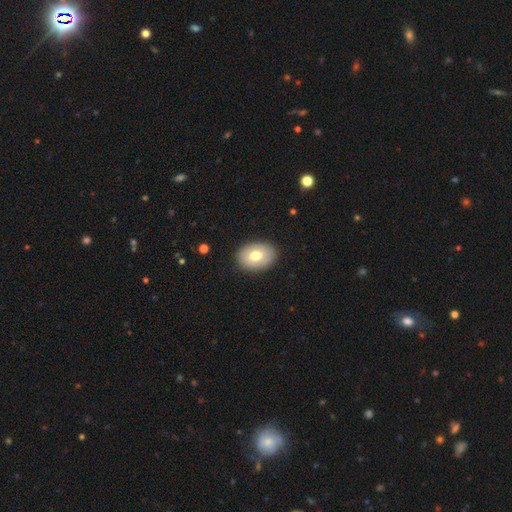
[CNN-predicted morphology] smooth_or_featured: smooth (p=0.70) [alt: featured or disk p=0.24]
how_rounded: in between (p=0.76) [alt: round p=0.23]
merging: none (p=0.88) [alt: minor disturbance p=0.09]